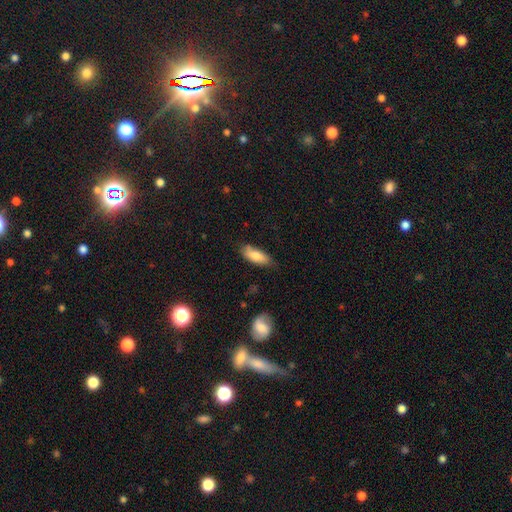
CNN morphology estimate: smooth-or-featured: smooth: 79% | featured or disk: 14% | star or artifact: 6%
  how-rounded: in between: 73% | cigar-shaped: 25% | round: 2%
  merging: none: 69% | minor disturbance: 24% | major disturbance: 4% | merger: 2%